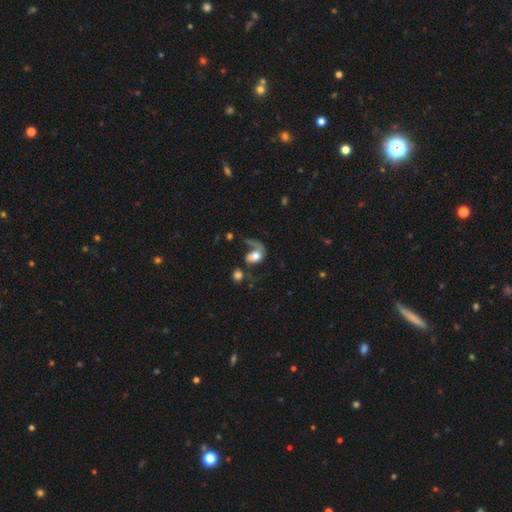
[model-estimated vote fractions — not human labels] Q: Smooth or featured?
A: featured or disk (49%); runner-up: smooth (43%)
Q: Merging?
A: major disturbance (45%); runner-up: none (24%)